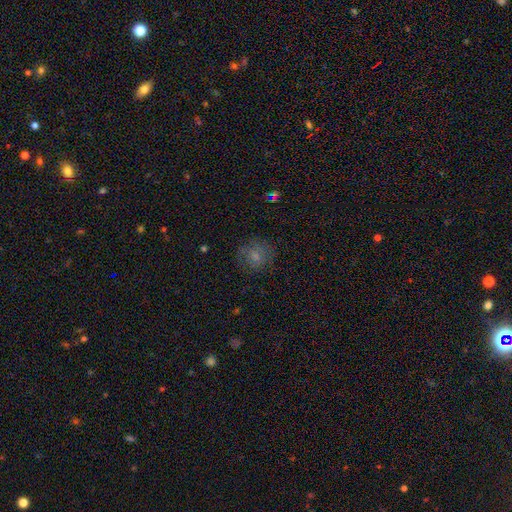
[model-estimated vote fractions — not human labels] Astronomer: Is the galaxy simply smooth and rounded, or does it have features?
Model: smooth — 64%.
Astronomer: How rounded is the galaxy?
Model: round — 82%.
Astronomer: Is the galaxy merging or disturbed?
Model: none — 74%.